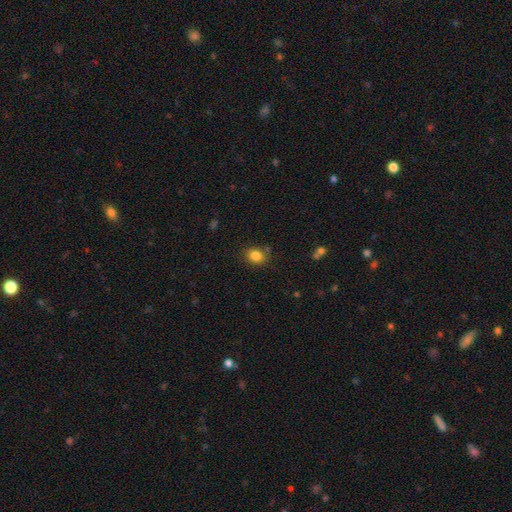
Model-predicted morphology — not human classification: type=smooth (83%); roundness=round (58%); merging=none (79%).